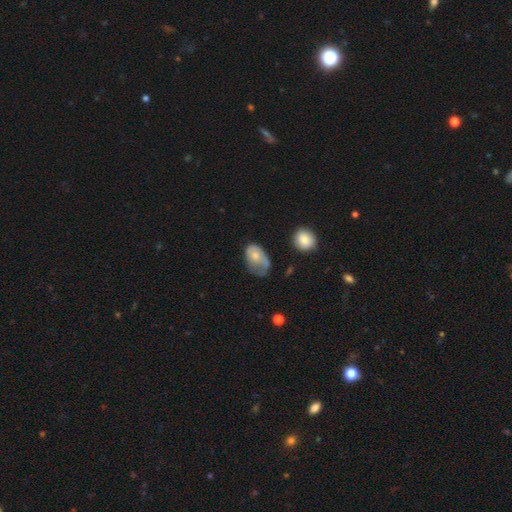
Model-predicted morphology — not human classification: Overall: smooth (60%; featured or disk 33%). How rounded: in between (83%). Merging: major disturbance (39%; minor disturbance 35%).